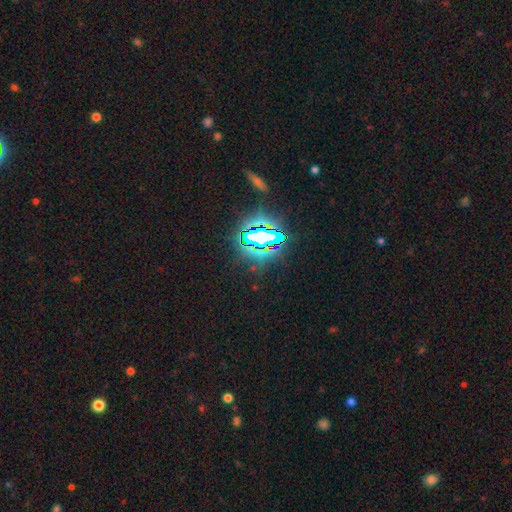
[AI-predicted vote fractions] smooth-or-featured: star or artifact: 85% | smooth: 8% | featured or disk: 6%